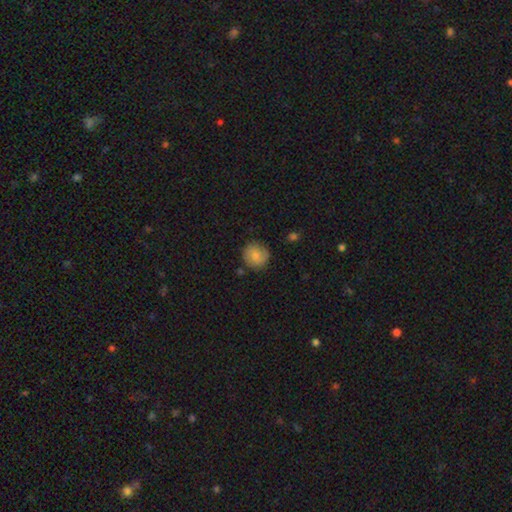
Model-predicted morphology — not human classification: Overall: smooth (79%). How rounded: round (92%). Merging: none (81%).